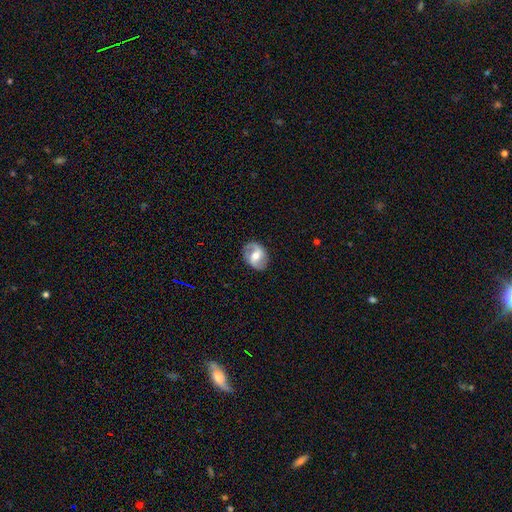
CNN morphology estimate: Smooth or featured? featured or disk (76%)
Edge-on disk? no (97%)
Bar? weak (46%)
Spiral arms? yes (88%)
Spiral winding? medium (45%)
Spiral arm count? 2 (90%)
Bulge size? moderate (71%)
Merging? none (84%)